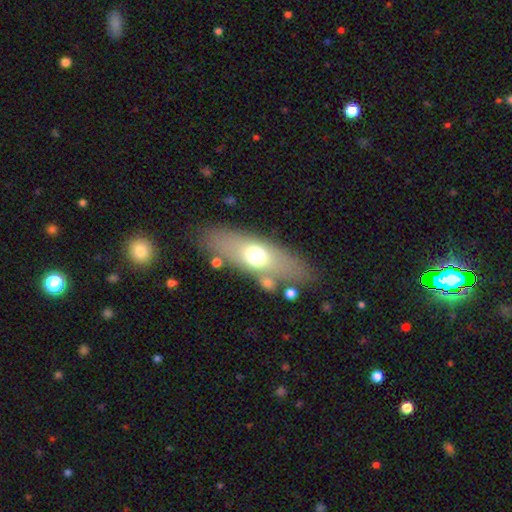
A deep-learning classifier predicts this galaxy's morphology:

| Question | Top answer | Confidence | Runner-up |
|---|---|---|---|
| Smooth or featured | smooth | 58% | featured or disk (34%) |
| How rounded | in between | 57% | cigar-shaped (38%) |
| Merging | none | 75% | minor disturbance (13%) |